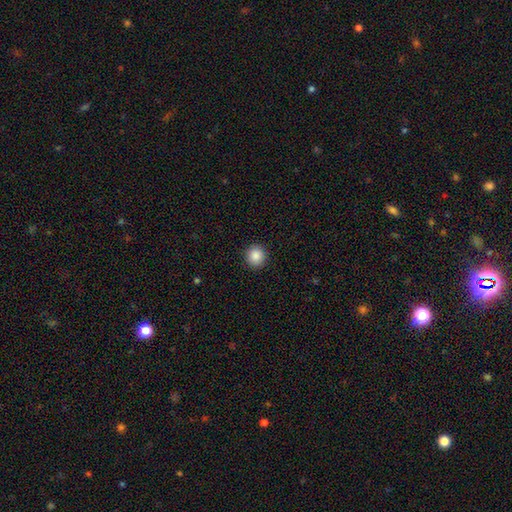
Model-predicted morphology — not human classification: smooth 87%, star or artifact 9%, featured or disk 3%. Down the decision tree: how rounded — round (93%); merging — none (92%).